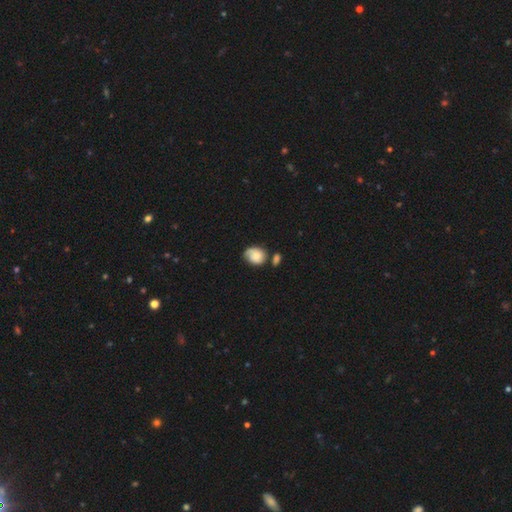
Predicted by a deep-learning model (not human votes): Smooth or featured: smooth — 54% (featured or disk — 38%)
How rounded: round — 53% (in between — 46%)
Merging: none — 48% (minor disturbance — 26%)